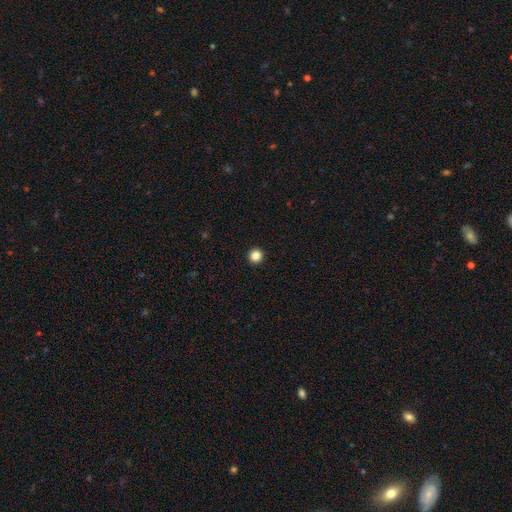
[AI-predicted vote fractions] Morphology: type=smooth (86%); roundness=round (96%); merging=none (94%).